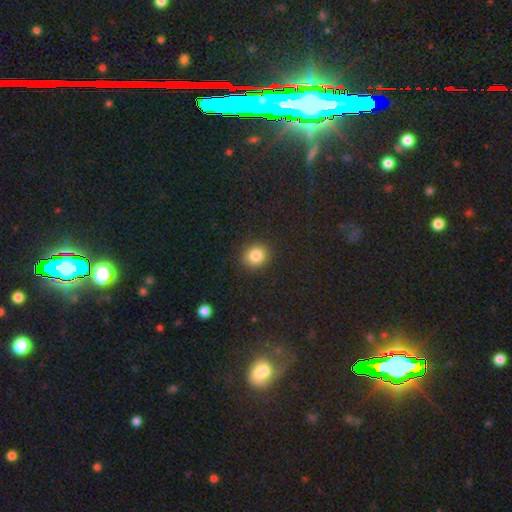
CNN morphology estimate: A smooth galaxy with no disk features (83%) that is round (83%). Merging: none (90%).